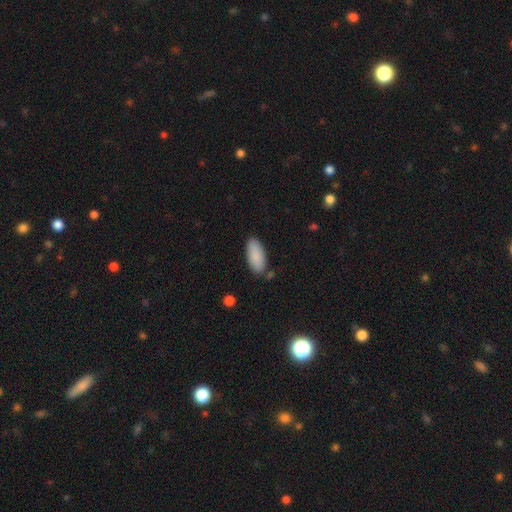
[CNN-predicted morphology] smooth_or_featured: smooth (p=0.88) [alt: featured or disk p=0.06]
how_rounded: in between (p=0.85) [alt: cigar-shaped p=0.13]
merging: none (p=0.81) [alt: minor disturbance p=0.14]